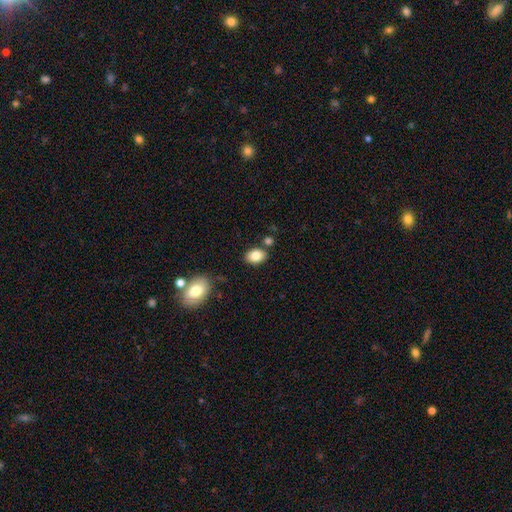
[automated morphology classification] A smooth galaxy with no disk features (82%) that is in between round and cigar-shaped (77%). Merging: none (79%).